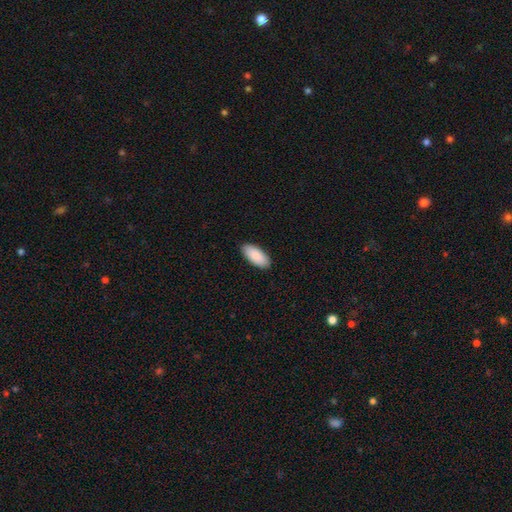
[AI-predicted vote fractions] This is clearly a smooth galaxy (91%). How rounded: clearly in between (91%). Merging: clearly none (89%).